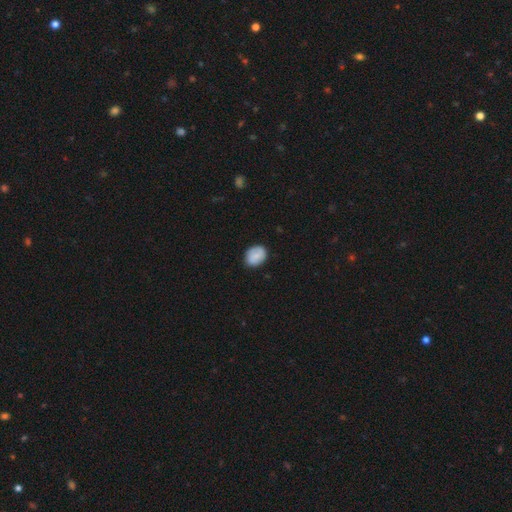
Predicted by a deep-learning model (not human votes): Smooth or featured? smooth (76%)
How rounded? in between (56%)
Merging? none (82%)